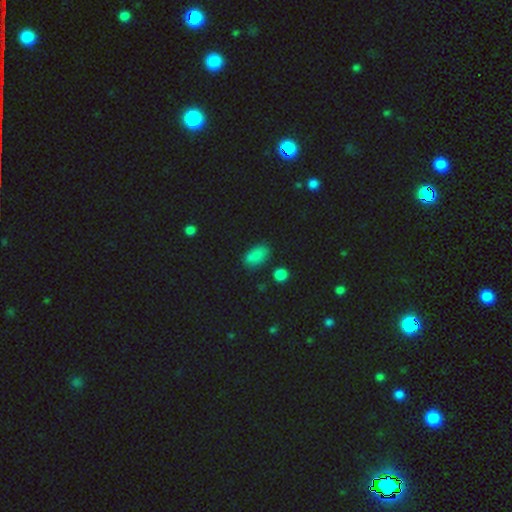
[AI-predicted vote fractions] smooth-or-featured: smooth: 80% | star or artifact: 14% | featured or disk: 7%
  how-rounded: in between: 88% | round: 8% | cigar-shaped: 4%
  merging: none: 71% | minor disturbance: 19% | major disturbance: 5% | merger: 5%